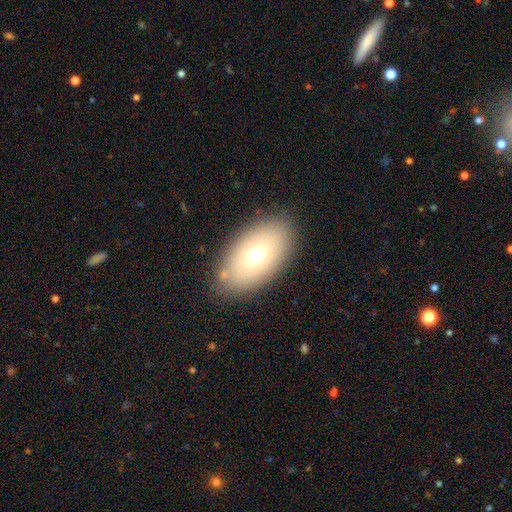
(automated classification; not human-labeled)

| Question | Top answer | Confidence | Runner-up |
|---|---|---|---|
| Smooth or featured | smooth | 67% | featured or disk (23%) |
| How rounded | in between | 90% | round (8%) |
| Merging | none | 82% | minor disturbance (11%) |